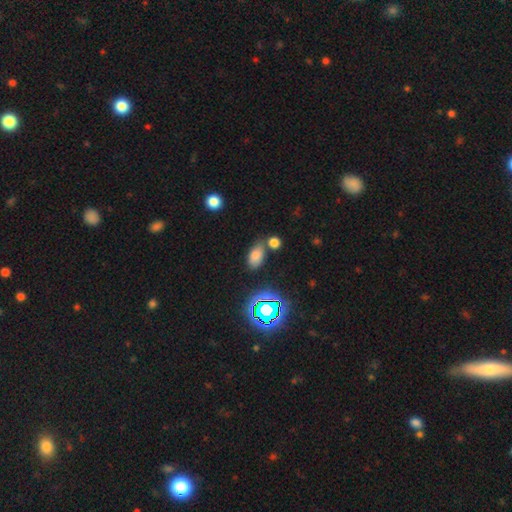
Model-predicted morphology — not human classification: Q: Smooth or featured?
A: smooth (72%); runner-up: star or artifact (19%)
Q: How rounded?
A: in between (89%); runner-up: round (8%)
Q: Merging?
A: none (66%); runner-up: merger (16%)